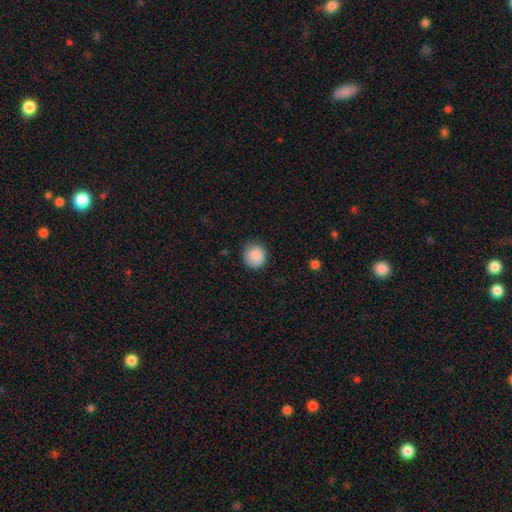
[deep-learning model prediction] Smooth or featured: smooth — 88% (star or artifact — 9%)
How rounded: round — 90% (in between — 9%)
Merging: none — 83% (minor disturbance — 13%)